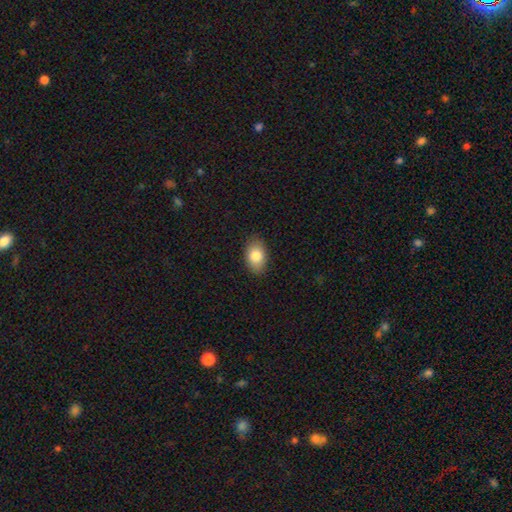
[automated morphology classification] Smooth or featured?
  - smooth: 82% *
  - featured or disk: 10%
  - star or artifact: 8%
How rounded?
  - in between: 88% *
  - round: 11%
  - cigar-shaped: 1%
Merging?
  - none: 88% *
  - minor disturbance: 9%
  - major disturbance: 2%
  - merger: 1%